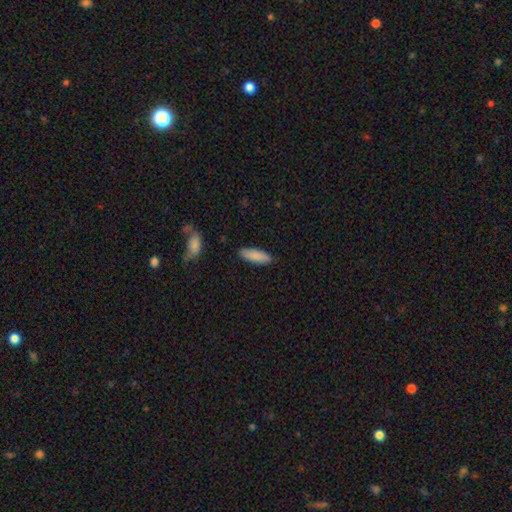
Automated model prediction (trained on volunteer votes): Overall: smooth (87%). How rounded: cigar-shaped (50%; in between 49%). Merging: none (87%).